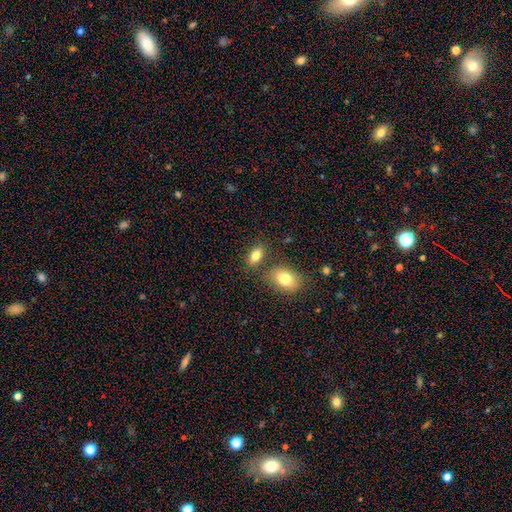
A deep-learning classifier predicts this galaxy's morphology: smooth-or-featured: smooth: 82% | star or artifact: 9% | featured or disk: 9%
  how-rounded: in between: 87% | round: 10% | cigar-shaped: 3%
  merging: none: 71% | merger: 14% | minor disturbance: 11% | major disturbance: 4%